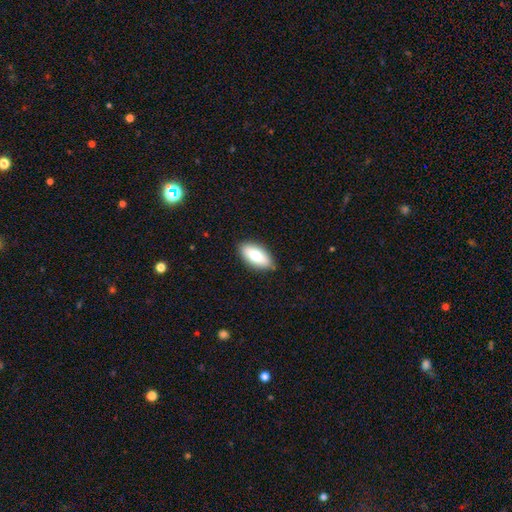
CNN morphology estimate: The model was most divided on "smooth or featured": smooth: 75%, featured or disk: 18%, star or artifact: 7%. More confident: how rounded — in between (91%); merging — none (85%).